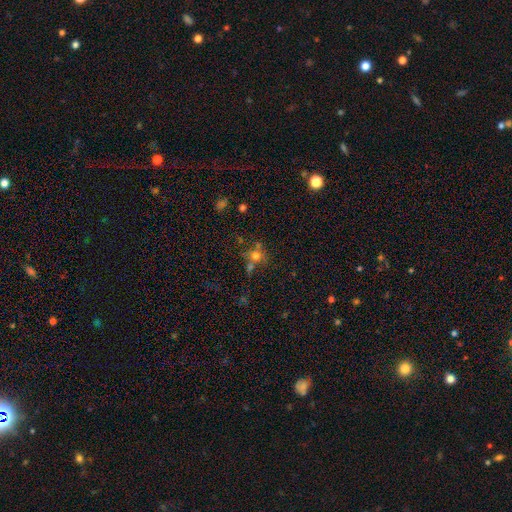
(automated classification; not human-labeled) Morphology: type=smooth (63%); roundness=round (81%); merging=none (54%).